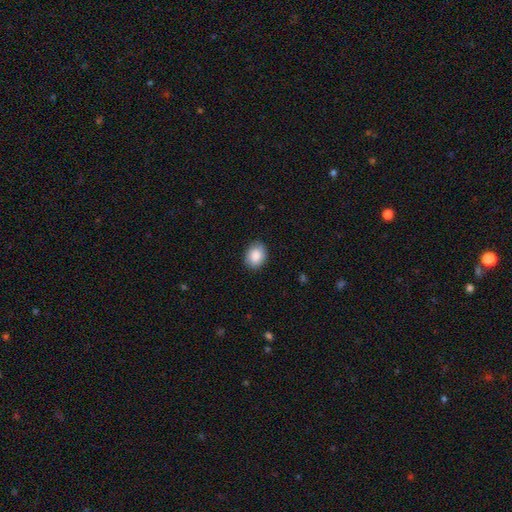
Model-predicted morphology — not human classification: Smooth or featured? smooth (88%)
How rounded? in between (65%)
Merging? none (85%)